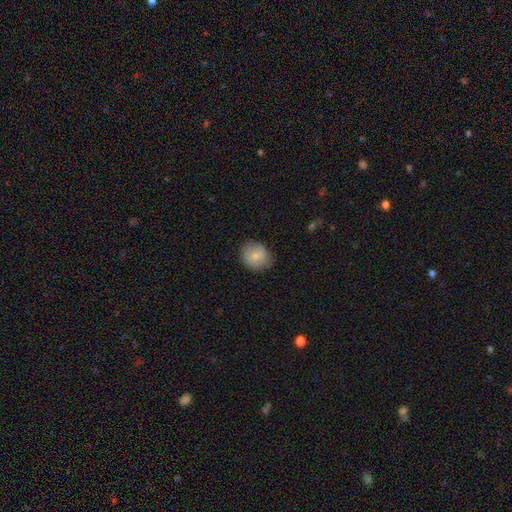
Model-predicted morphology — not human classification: Overall: smooth (76%). How rounded: round (72%). Merging: none (75%).